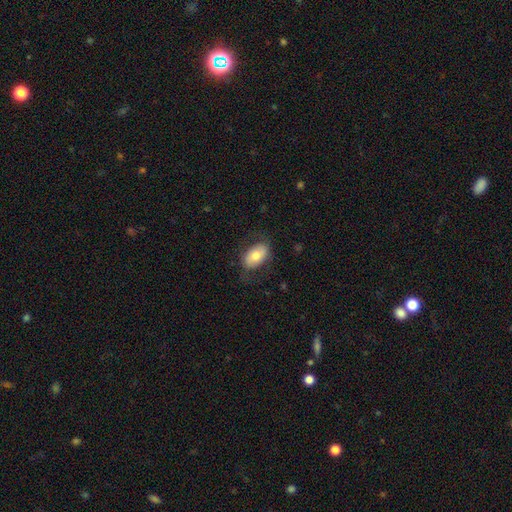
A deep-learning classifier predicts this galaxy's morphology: Smooth or featured? smooth (72%)
How rounded? in between (91%)
Merging? none (75%)